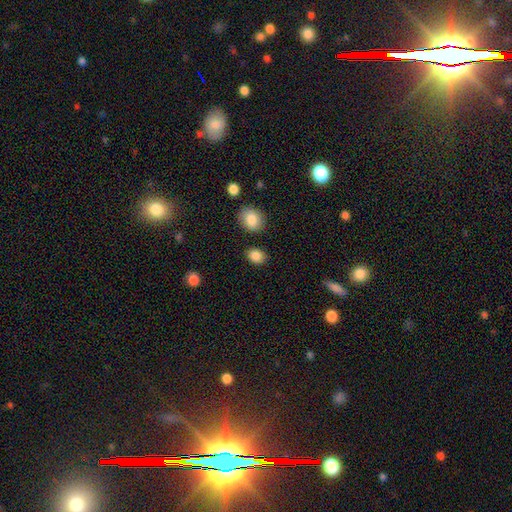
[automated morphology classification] This appears to be a smooth galaxy with no disk features (87%) that is in between round and cigar-shaped (57%). Merging: none (84%).